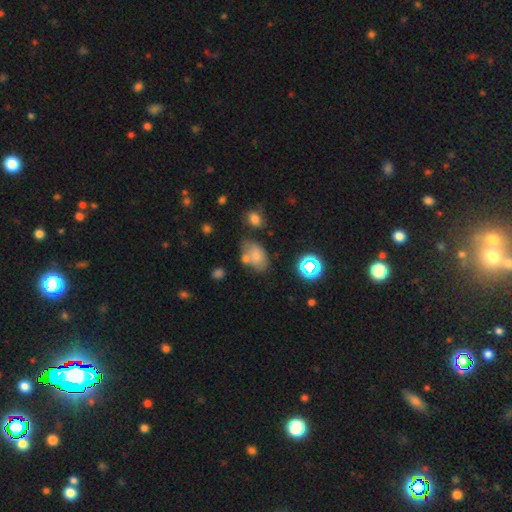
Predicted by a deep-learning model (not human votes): smooth_or_featured: smooth (p=0.70) [alt: featured or disk p=0.16]
how_rounded: in between (p=0.85) [alt: round p=0.13]
merging: none (p=0.51) [alt: merger p=0.23]